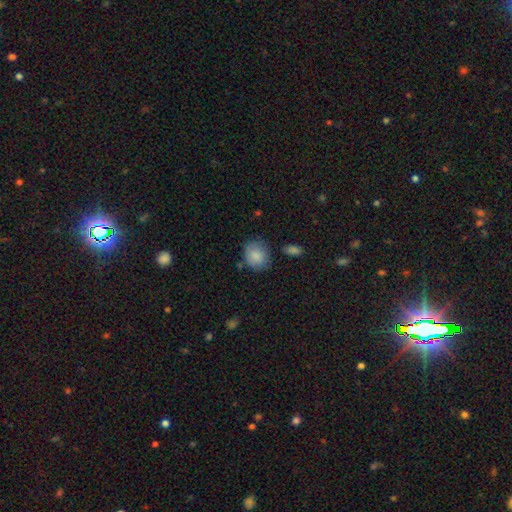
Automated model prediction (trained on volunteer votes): Smooth or featured? Predicted: smooth (p=0.86). How rounded? Predicted: round (p=0.66). Merging? Predicted: none (p=0.70).